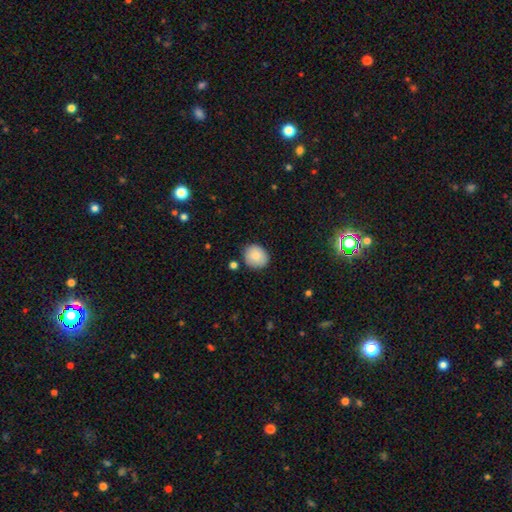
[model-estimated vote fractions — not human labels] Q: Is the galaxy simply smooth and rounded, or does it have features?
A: smooth — 86%.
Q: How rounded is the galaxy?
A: round — 73%.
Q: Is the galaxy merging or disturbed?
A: none — 83%.